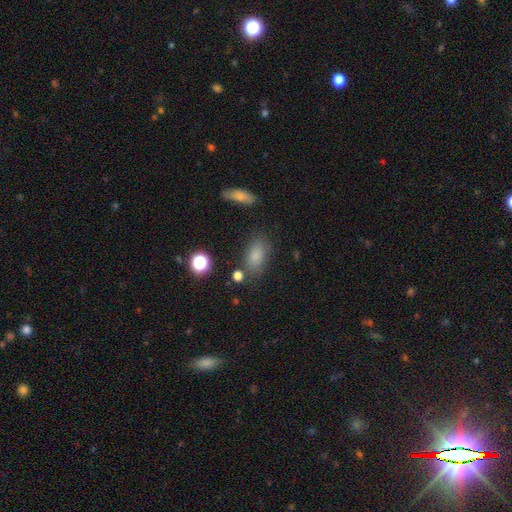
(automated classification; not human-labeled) Smooth or featured?
  - smooth: 81% *
  - star or artifact: 12%
  - featured or disk: 8%
How rounded?
  - in between: 85% *
  - round: 10%
  - cigar-shaped: 5%
Merging?
  - none: 74% *
  - minor disturbance: 15%
  - merger: 6%
  - major disturbance: 5%